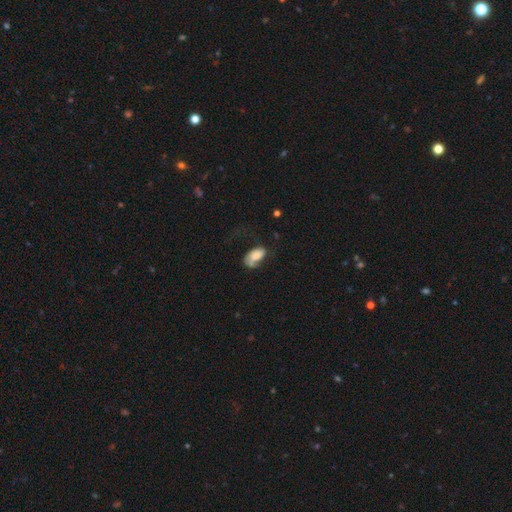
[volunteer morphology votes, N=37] smooth-or-featured: smooth: 65% | featured or disk: 30% | star or artifact: 5%
  how-rounded: in between: 96% | cigar-shaped: 4% | round: 0%
  merging: minor disturbance: 43% | major disturbance: 40% | none: 9% | merger: 9%